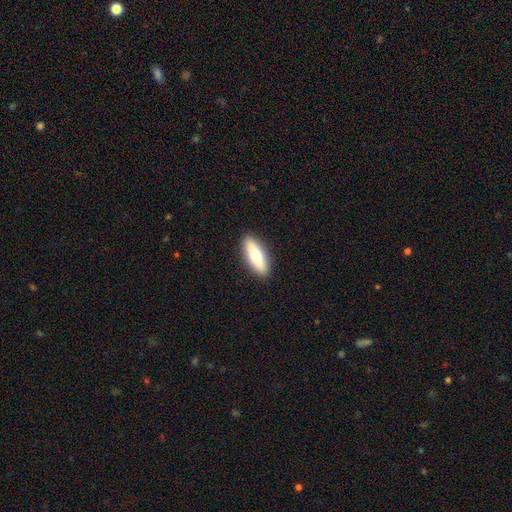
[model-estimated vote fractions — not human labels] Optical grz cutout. It shows a smooth galaxy with no disk features (67%) that is in between round and cigar-shaped (59%). Merging: none (90%).